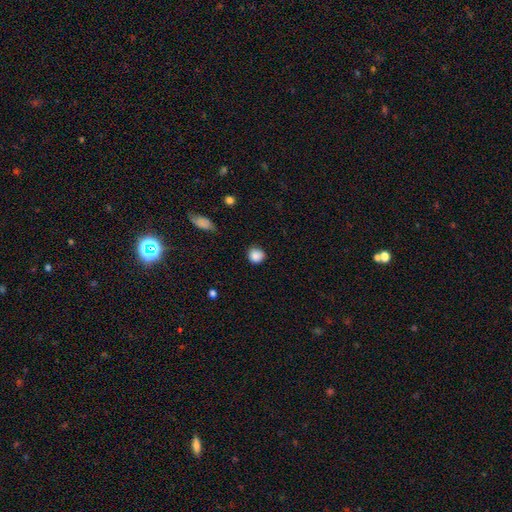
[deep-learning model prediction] The model was most divided on "merging": none: 85%, minor disturbance: 11%, major disturbance: 3%, merger: 2%. More confident: how rounded — round (88%); smooth or featured — smooth (87%).